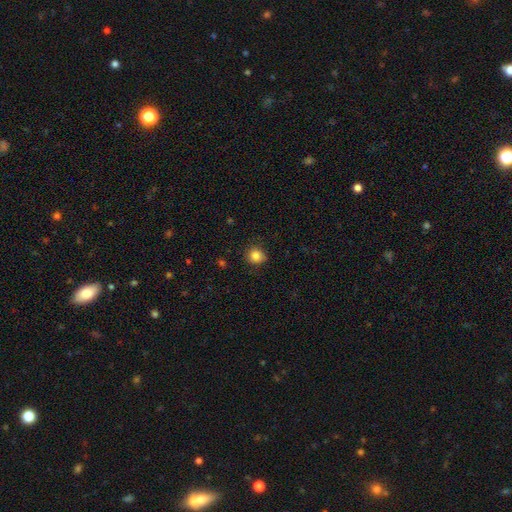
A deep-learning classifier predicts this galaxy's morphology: Smooth or featured?
  - smooth: 84% *
  - star or artifact: 11%
  - featured or disk: 5%
How rounded?
  - round: 87% *
  - in between: 13%
  - cigar-shaped: 1%
Merging?
  - none: 83% *
  - minor disturbance: 13%
  - major disturbance: 3%
  - merger: 1%